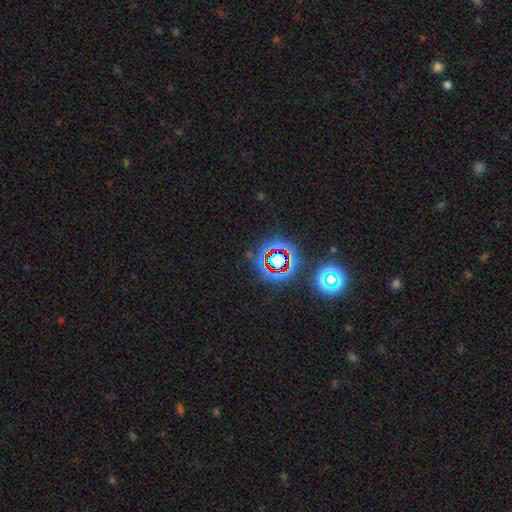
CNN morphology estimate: Smooth or featured? star or artifact (61%)